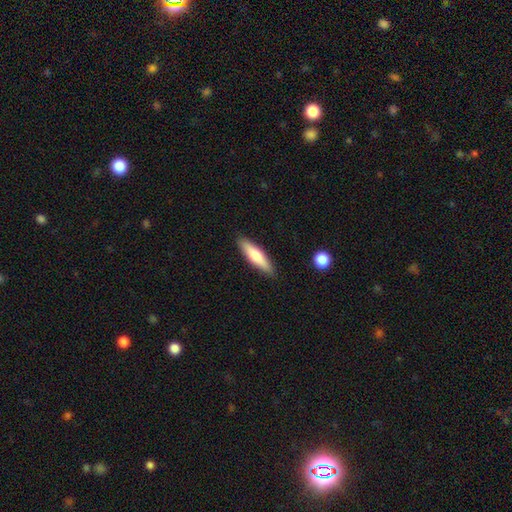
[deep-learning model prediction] smooth_or_featured: smooth (p=0.65) [alt: featured or disk p=0.30]
how_rounded: cigar-shaped (p=0.73) [alt: in between p=0.25]
merging: none (p=0.88) [alt: minor disturbance p=0.09]